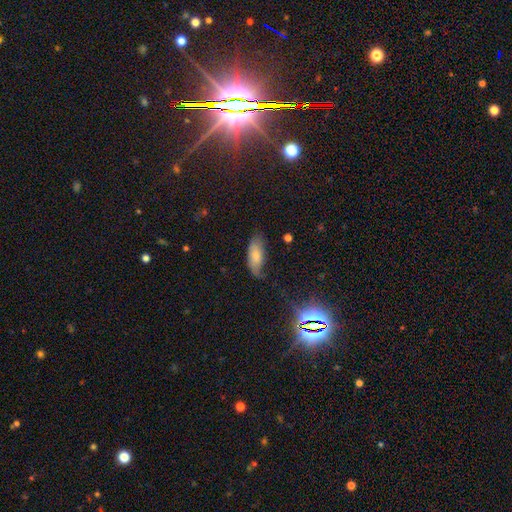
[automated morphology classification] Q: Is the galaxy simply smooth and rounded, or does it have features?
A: smooth — 72%.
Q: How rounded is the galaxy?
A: in between — 82%.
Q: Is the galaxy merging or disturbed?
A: none — 54%.